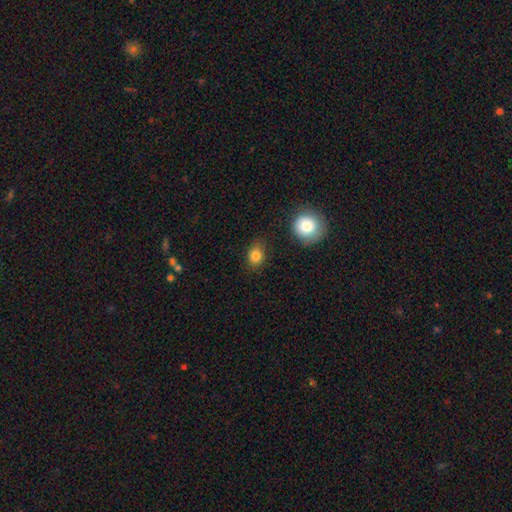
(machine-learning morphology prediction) Q: Smooth or featured?
A: smooth (83%); runner-up: star or artifact (11%)
Q: How rounded?
A: round (54%); runner-up: in between (45%)
Q: Merging?
A: none (80%); runner-up: minor disturbance (14%)